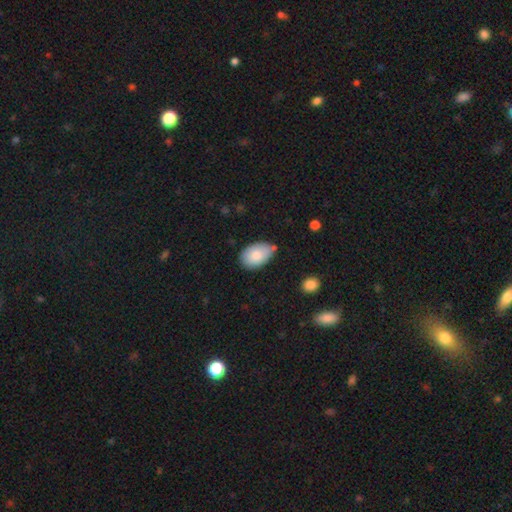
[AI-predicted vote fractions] This is clearly a smooth galaxy (82%). How rounded: clearly in between (91%). Merging: likely none (67%).